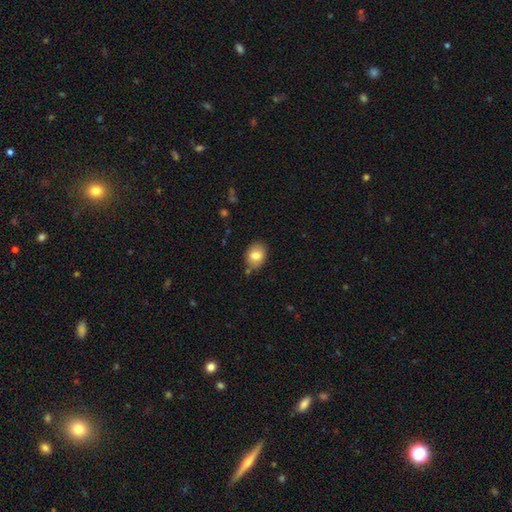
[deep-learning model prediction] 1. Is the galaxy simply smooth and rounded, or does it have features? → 81% smooth, 11% featured or disk, 8% star or artifact.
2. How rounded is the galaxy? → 67% in between, 32% round, 1% cigar-shaped.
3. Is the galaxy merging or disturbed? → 79% none, 15% minor disturbance, 4% merger, 3% major disturbance.